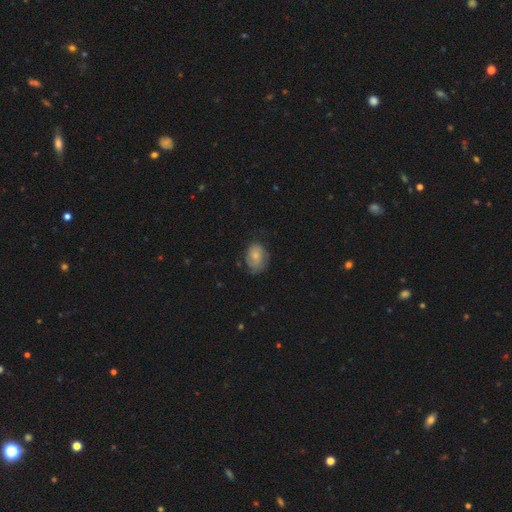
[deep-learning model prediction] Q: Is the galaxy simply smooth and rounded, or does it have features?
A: smooth — 64%.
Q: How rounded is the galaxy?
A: in between — 70%.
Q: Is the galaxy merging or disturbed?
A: none — 56%.